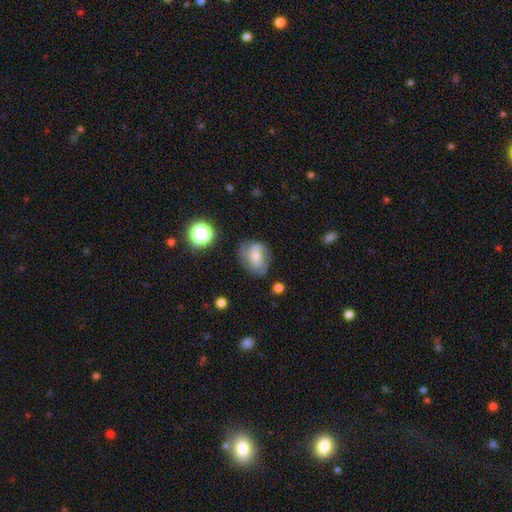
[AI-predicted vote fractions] Morphology: type=smooth (52%); roundness=in between (60%); merging=none (59%).